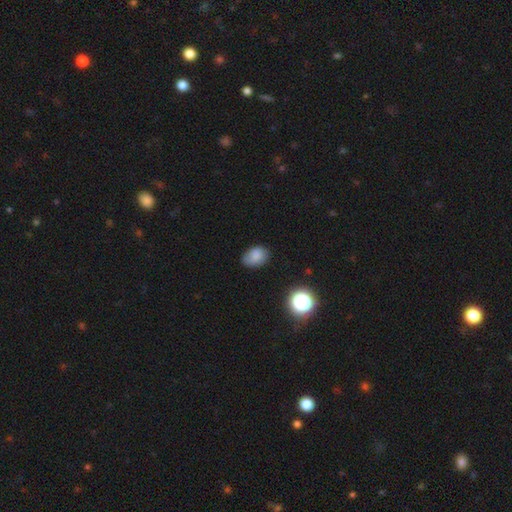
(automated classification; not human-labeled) Smooth or featured? Predicted: smooth (p=0.82). How rounded? Predicted: in between (p=0.80). Merging? Predicted: none (p=0.73).